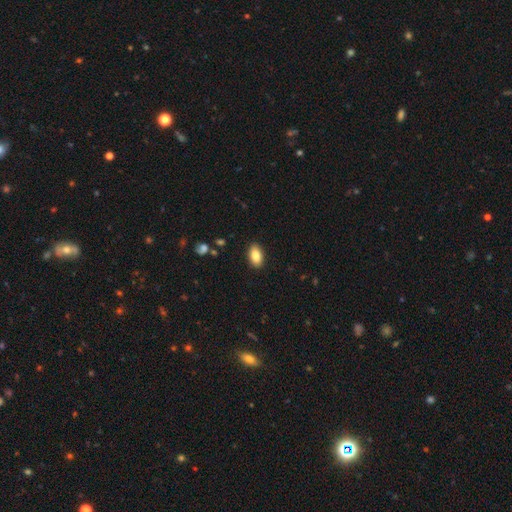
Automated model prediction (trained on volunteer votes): Overall: smooth (84%). How rounded: in between (92%). Merging: none (90%).